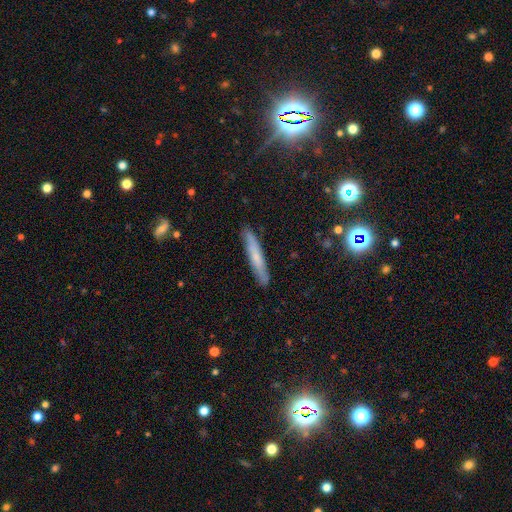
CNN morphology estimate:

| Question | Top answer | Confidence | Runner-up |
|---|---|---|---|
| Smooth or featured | smooth | 55% | featured or disk (36%) |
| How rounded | cigar-shaped | 93% | in between (5%) |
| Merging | none | 87% | minor disturbance (10%) |